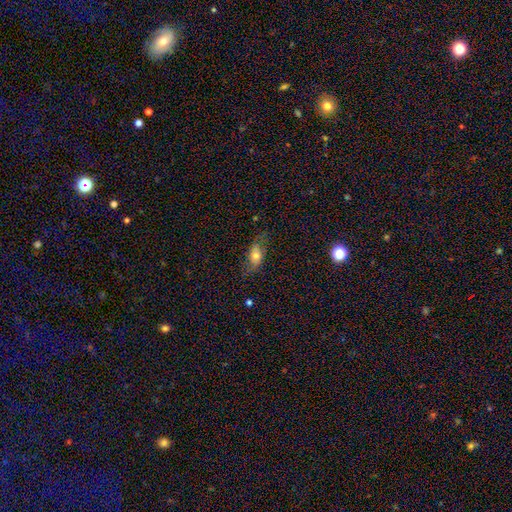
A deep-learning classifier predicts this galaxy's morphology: type=smooth (55%); roundness=in between (80%); merging=none (65%).